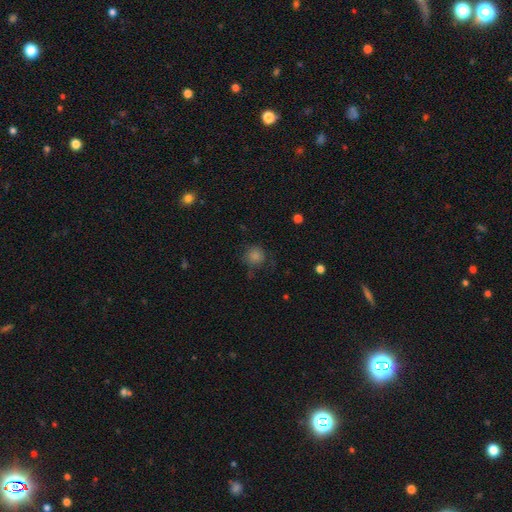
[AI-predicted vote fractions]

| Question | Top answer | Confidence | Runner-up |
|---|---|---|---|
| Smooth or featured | smooth | 71% | star or artifact (18%) |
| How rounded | round | 90% | in between (8%) |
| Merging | none | 70% | minor disturbance (18%) |